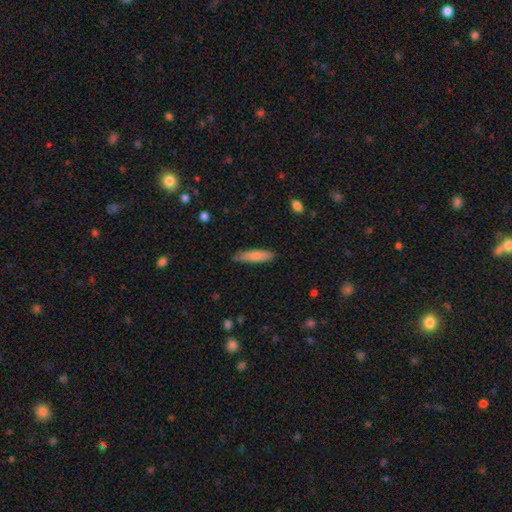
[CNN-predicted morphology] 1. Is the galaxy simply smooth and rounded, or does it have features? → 79% smooth, 15% featured or disk, 6% star or artifact.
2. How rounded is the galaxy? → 71% cigar-shaped, 28% in between, 2% round.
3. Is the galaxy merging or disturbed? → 79% none, 17% minor disturbance, 3% major disturbance, 2% merger.